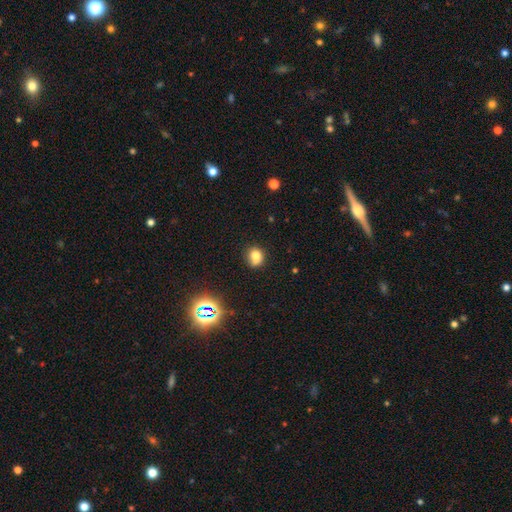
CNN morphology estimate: A smooth galaxy with no disk features (72%) that is round (62%). Merging: none (60%).